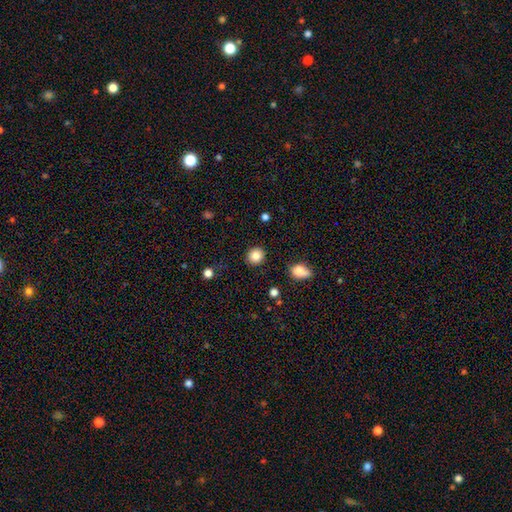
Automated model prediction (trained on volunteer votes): This appears to be a smooth galaxy with no disk features (87%) that is round (90%). Merging: none (90%).